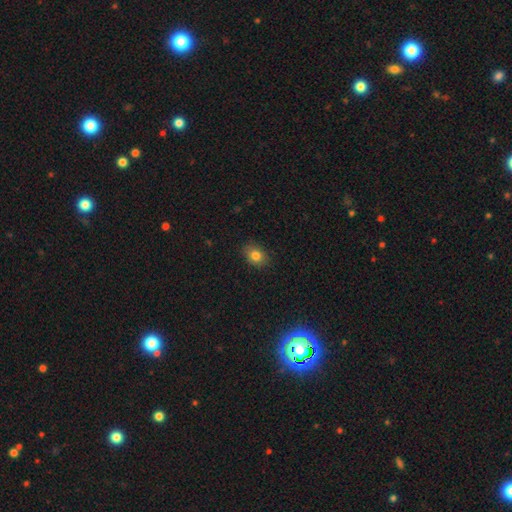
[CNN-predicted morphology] Smooth or featured: smooth — 81% (star or artifact — 11%)
How rounded: in between — 61% (round — 38%)
Merging: none — 86% (minor disturbance — 11%)